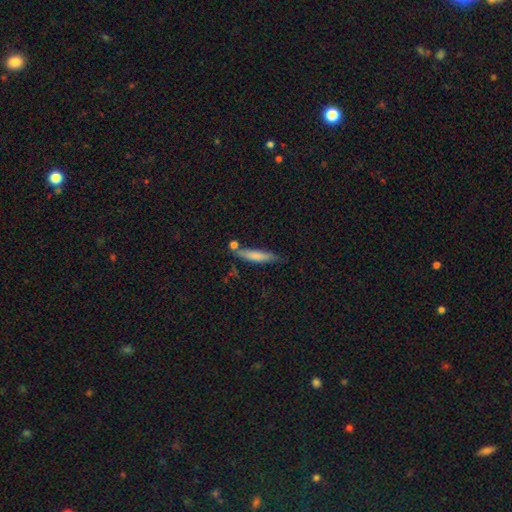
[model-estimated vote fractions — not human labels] Q: Smooth or featured?
A: smooth (72%); runner-up: featured or disk (21%)
Q: How rounded?
A: cigar-shaped (87%); runner-up: in between (11%)
Q: Merging?
A: none (65%); runner-up: minor disturbance (18%)